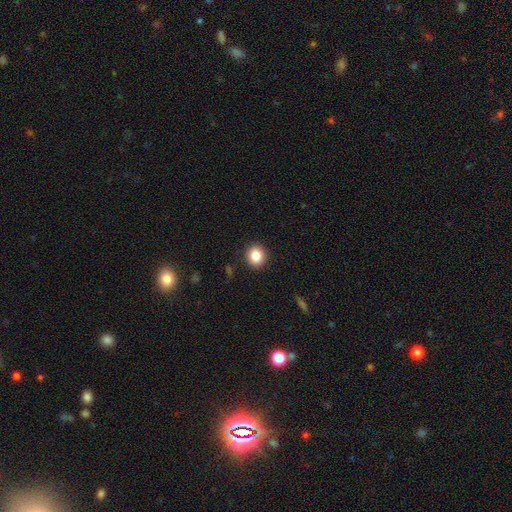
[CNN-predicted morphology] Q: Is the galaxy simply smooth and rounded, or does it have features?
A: smooth — 85%.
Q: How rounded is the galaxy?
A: round — 84%.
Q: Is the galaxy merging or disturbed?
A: none — 91%.